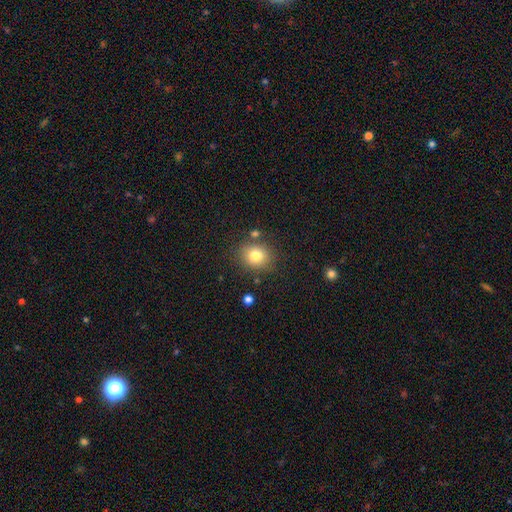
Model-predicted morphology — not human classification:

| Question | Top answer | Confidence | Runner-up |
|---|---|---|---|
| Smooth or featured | smooth | 79% | star or artifact (12%) |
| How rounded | round | 71% | in between (28%) |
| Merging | none | 79% | minor disturbance (11%) |